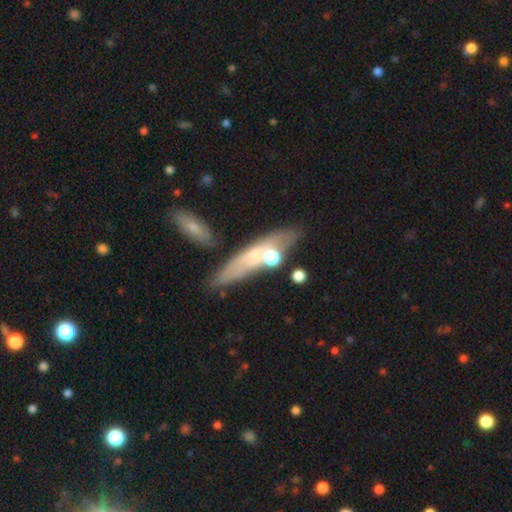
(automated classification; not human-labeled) A smooth galaxy with no disk features (48%).

Vote fractions:
- Smooth or featured? smooth: 48% / featured or disk: 42% / star or artifact: 10%
- Merging? none: 68% / minor disturbance: 15% / merger: 11% / major disturbance: 5%